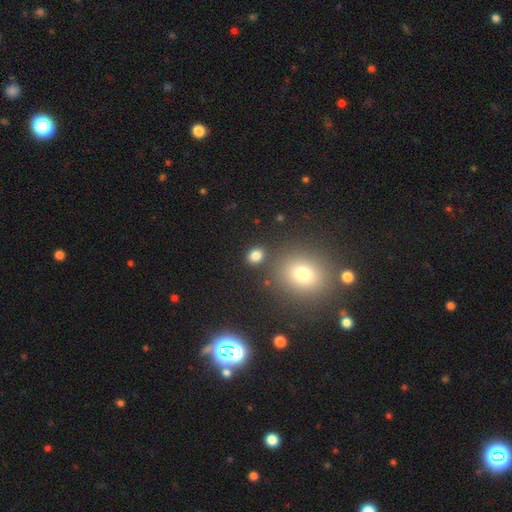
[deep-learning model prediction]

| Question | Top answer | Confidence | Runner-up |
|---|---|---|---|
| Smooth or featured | smooth | 81% | star or artifact (14%) |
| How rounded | round | 60% | in between (39%) |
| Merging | none | 82% | minor disturbance (8%) |